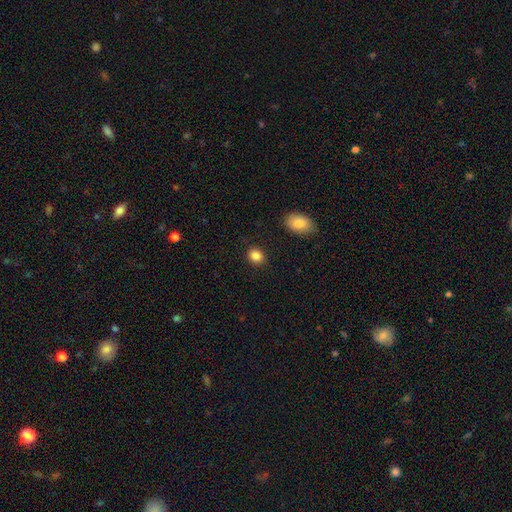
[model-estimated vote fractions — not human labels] Smooth or featured: smooth — 86% (star or artifact — 10%)
How rounded: round — 62% (in between — 37%)
Merging: none — 89% (minor disturbance — 7%)